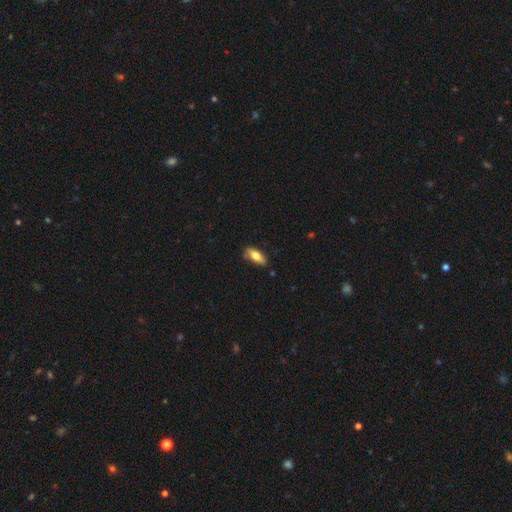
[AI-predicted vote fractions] Smooth or featured?
  - smooth: 74% *
  - featured or disk: 20%
  - star or artifact: 6%
How rounded?
  - in between: 79% *
  - cigar-shaped: 19%
  - round: 2%
Merging?
  - none: 73% *
  - minor disturbance: 21%
  - major disturbance: 4%
  - merger: 2%